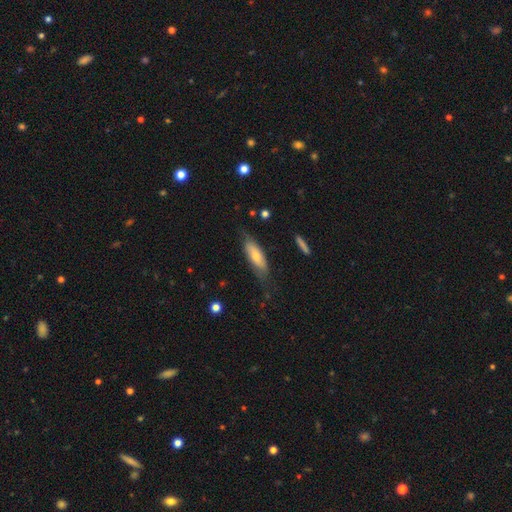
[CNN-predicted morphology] smooth_or_featured: smooth (p=0.54) [alt: featured or disk p=0.39]
how_rounded: in between (p=0.51) [alt: cigar-shaped p=0.47]
merging: none (p=0.65) [alt: minor disturbance p=0.25]